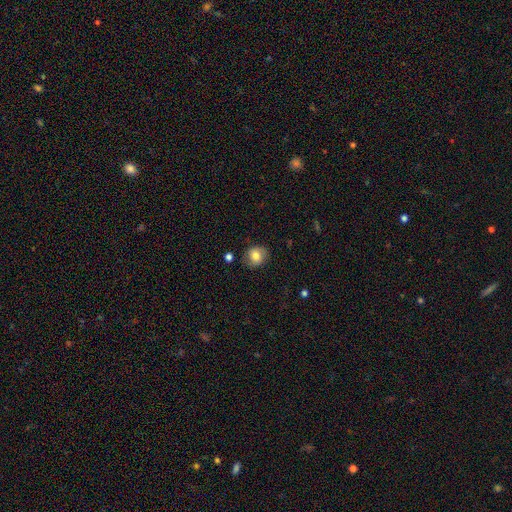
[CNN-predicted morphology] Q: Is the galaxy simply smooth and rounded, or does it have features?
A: smooth — 74%.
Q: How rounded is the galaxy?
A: round — 71%.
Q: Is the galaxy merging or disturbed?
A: none — 79%.